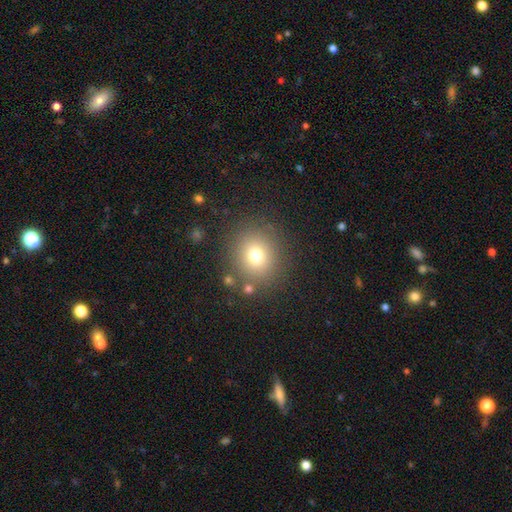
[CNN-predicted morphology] This is likely a smooth galaxy (73%). How rounded: clearly round (87%). Merging: clearly none (84%).